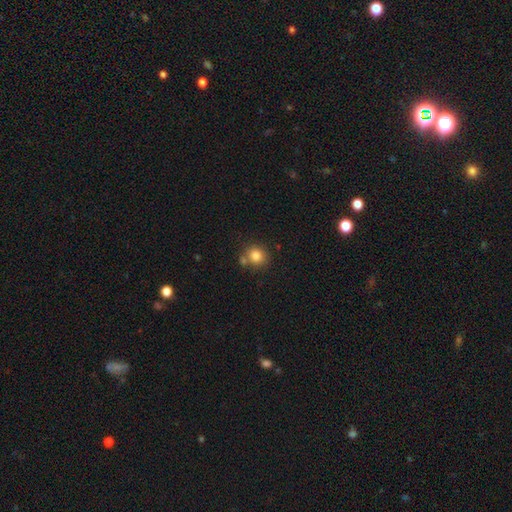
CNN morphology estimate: Overall: smooth (82%). How rounded: round (86%). Merging: none (69%).